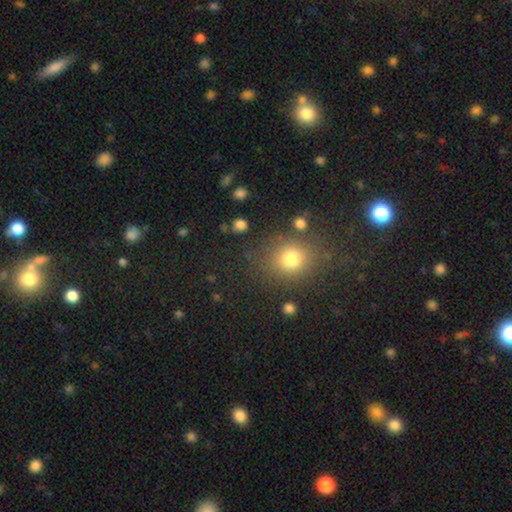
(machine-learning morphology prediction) A smooth galaxy with no disk features (64%) that is round (78%). Merging: none (85%).